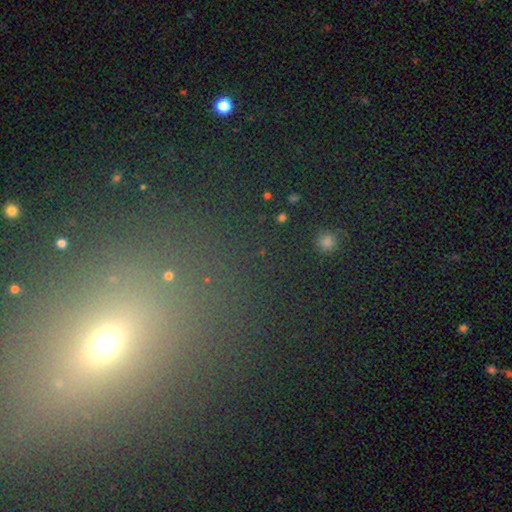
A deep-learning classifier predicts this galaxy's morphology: This is possibly a star or artifact rather than a galaxy (47%).